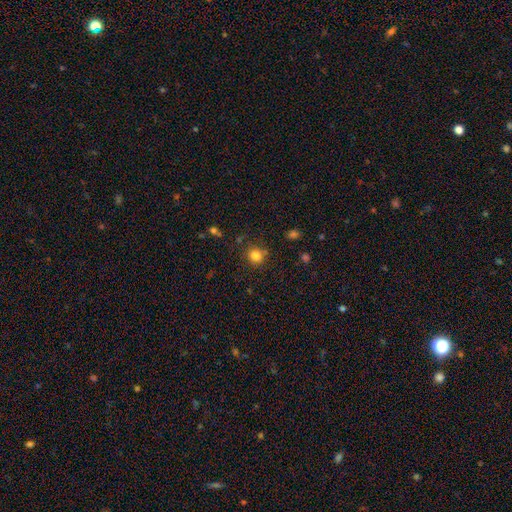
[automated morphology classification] Smooth or featured?
  - smooth: 82% *
  - star or artifact: 13%
  - featured or disk: 5%
How rounded?
  - round: 88% *
  - in between: 11%
  - cigar-shaped: 1%
Merging?
  - none: 80% *
  - minor disturbance: 11%
  - merger: 5%
  - major disturbance: 3%